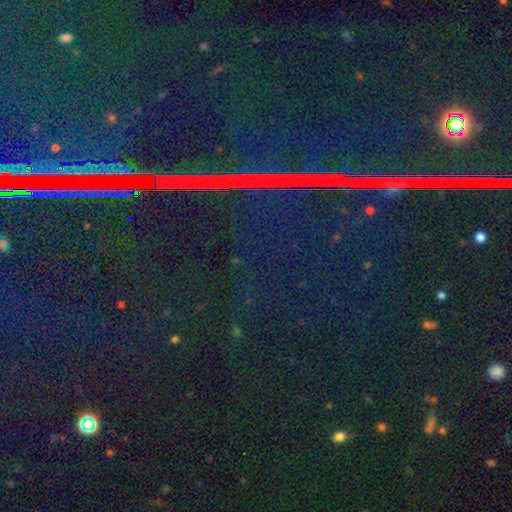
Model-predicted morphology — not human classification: smooth-or-featured: star or artifact: 86% | smooth: 7% | featured or disk: 7%